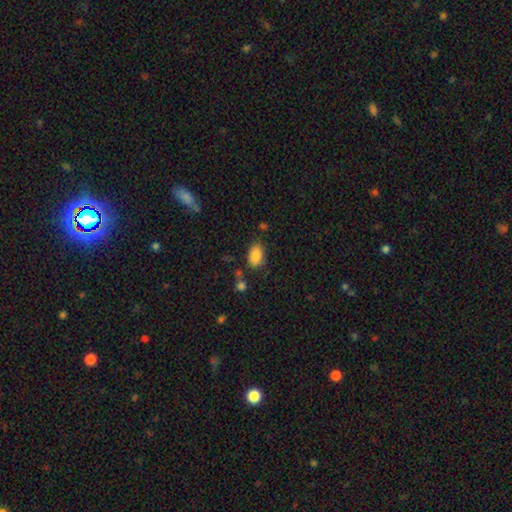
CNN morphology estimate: A smooth galaxy with no disk features (87%) that is in between round and cigar-shaped (89%). Merging: none (73%).